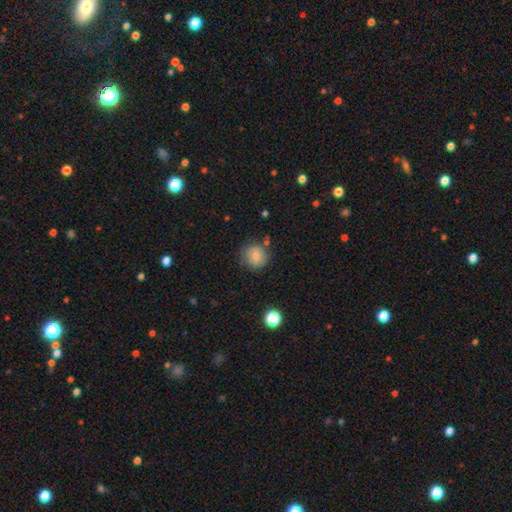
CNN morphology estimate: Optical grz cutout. It shows a smooth galaxy with no disk features (77%) that is round (89%). Merging: none (72%).